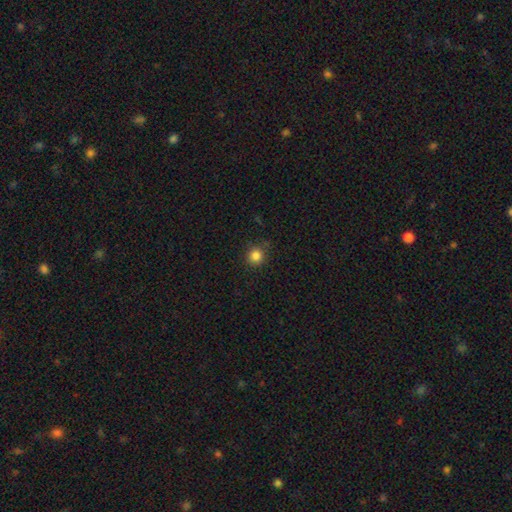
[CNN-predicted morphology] Smooth or featured: smooth — 84% (star or artifact — 12%)
How rounded: round — 92% (in between — 7%)
Merging: none — 86% (minor disturbance — 10%)